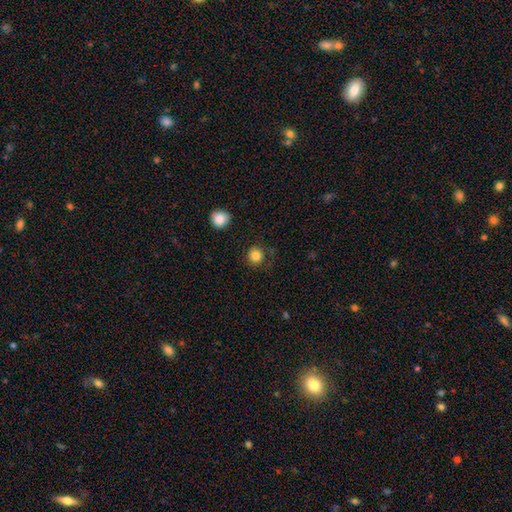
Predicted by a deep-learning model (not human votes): A smooth galaxy with no disk features (84%) that is round (93%).

Vote fractions:
- Smooth or featured? smooth: 84% / star or artifact: 11% / featured or disk: 5%
- How rounded? round: 93% / in between: 6% / cigar-shaped: 1%
- Merging? none: 83% / minor disturbance: 11% / major disturbance: 5% / merger: 2%